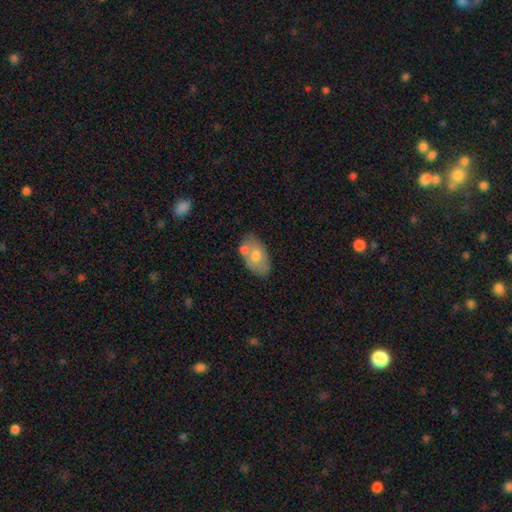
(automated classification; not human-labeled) Smooth or featured? smooth (63%)
How rounded? in between (91%)
Merging? none (56%)